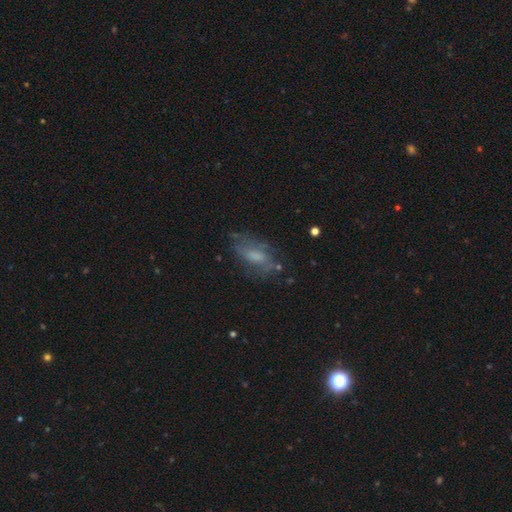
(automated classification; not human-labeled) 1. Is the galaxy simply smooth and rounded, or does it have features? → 47% featured or disk, 42% smooth, 11% star or artifact.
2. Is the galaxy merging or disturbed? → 58% none, 23% minor disturbance, 16% major disturbance, 3% merger.